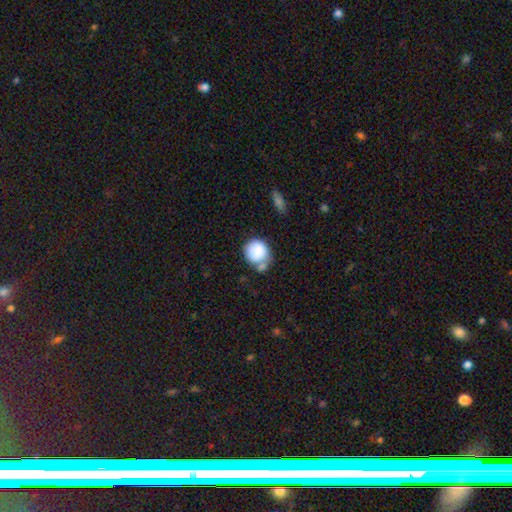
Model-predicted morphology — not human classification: smooth_or_featured: smooth (p=0.81) [alt: featured or disk p=0.12]
how_rounded: round (p=0.81) [alt: in between p=0.18]
merging: none (p=0.42) [alt: merger p=0.26]